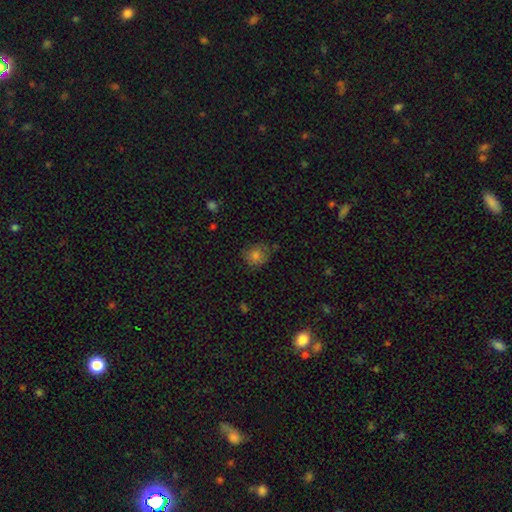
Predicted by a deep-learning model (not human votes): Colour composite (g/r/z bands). It shows a smooth galaxy with no disk features (78%) that is round (75%). Merging: none (72%).